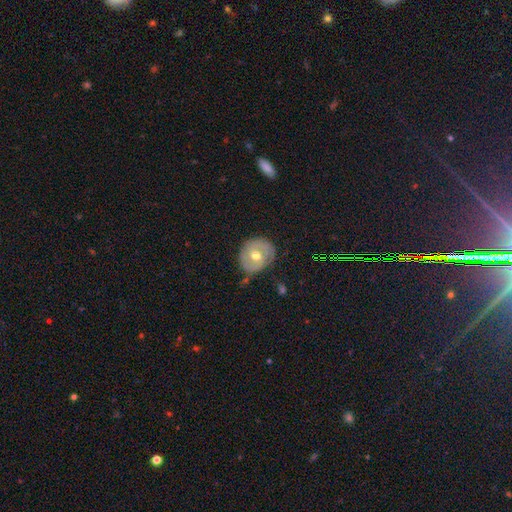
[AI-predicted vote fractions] Smooth or featured? Predicted: featured or disk (p=0.55). Edge-on disk? Predicted: no (p=0.95). Bar? Predicted: no (p=0.67). Spiral arms? Predicted: no (p=0.51). Bulge size? Predicted: moderate (p=0.81). Merging? Predicted: none (p=0.73).